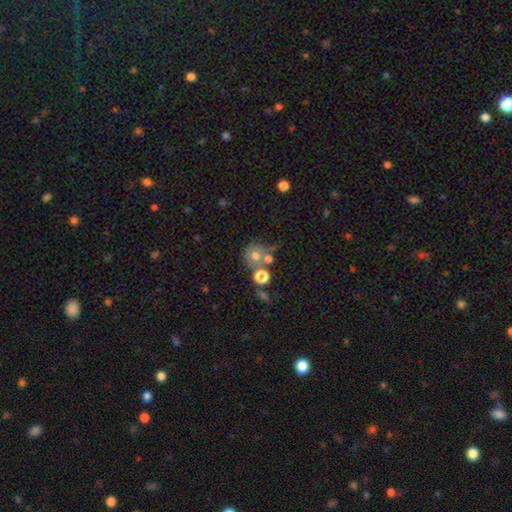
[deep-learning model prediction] Q: Smooth or featured?
A: smooth (66%); runner-up: featured or disk (20%)
Q: How rounded?
A: round (82%); runner-up: in between (17%)
Q: Merging?
A: none (40%); runner-up: merger (36%)